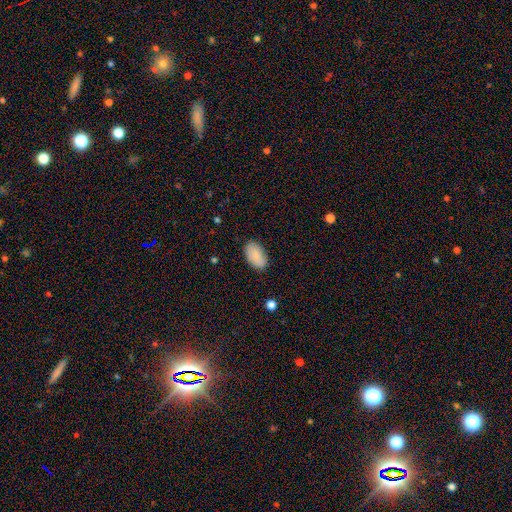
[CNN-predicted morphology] Smooth or featured?
  - smooth: 87% *
  - featured or disk: 7%
  - star or artifact: 7%
How rounded?
  - in between: 94% *
  - round: 4%
  - cigar-shaped: 2%
Merging?
  - none: 86% *
  - minor disturbance: 11%
  - major disturbance: 2%
  - merger: 1%